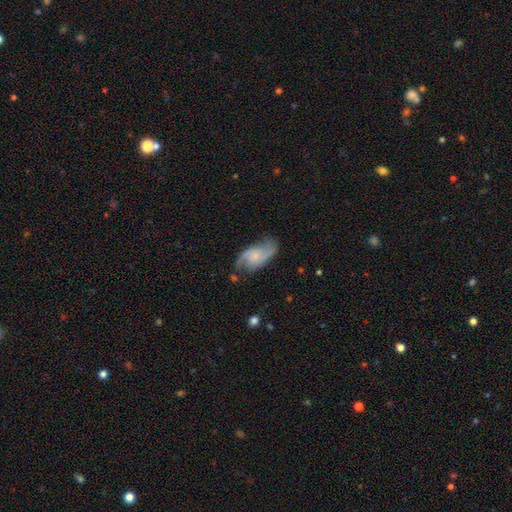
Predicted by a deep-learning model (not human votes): smooth_or_featured: featured or disk (p=0.79) [alt: smooth p=0.14]
disk_edge_on: no (p=0.96) [alt: yes p=0.04]
bar: no (p=0.64) [alt: weak p=0.30]
has_spiral_arms: yes (p=0.95) [alt: no p=0.05]
spiral_winding: loose (p=0.44) [alt: medium p=0.41]
spiral_arm_count: 2 (p=0.89) [alt: can't tell p=0.04]
bulge_size: small (p=0.57) [alt: moderate p=0.20]
merging: none (p=0.71) [alt: minor disturbance p=0.19]